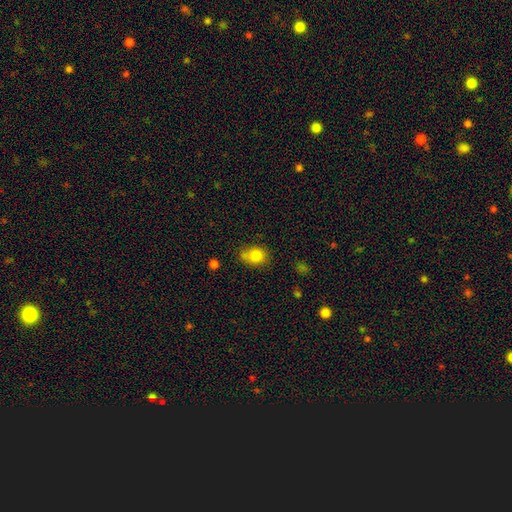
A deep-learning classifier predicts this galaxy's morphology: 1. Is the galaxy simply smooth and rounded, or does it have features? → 82% smooth, 10% star or artifact, 8% featured or disk.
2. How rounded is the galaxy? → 62% round, 37% in between, 1% cigar-shaped.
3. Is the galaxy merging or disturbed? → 57% none, 25% minor disturbance, 12% merger, 7% major disturbance.